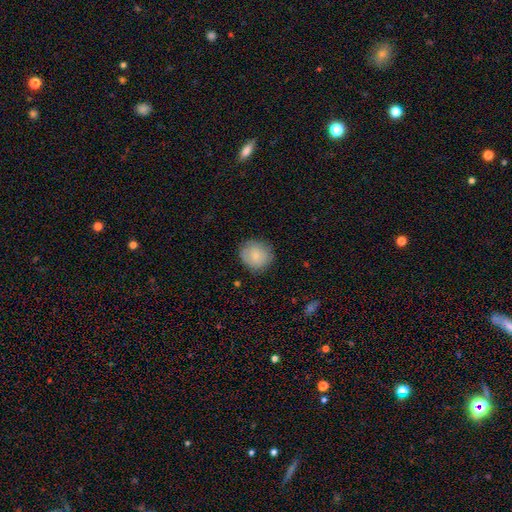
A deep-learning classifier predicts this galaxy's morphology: This appears to be a smooth galaxy with no disk features (76%) that is round (83%). Merging: none (80%).